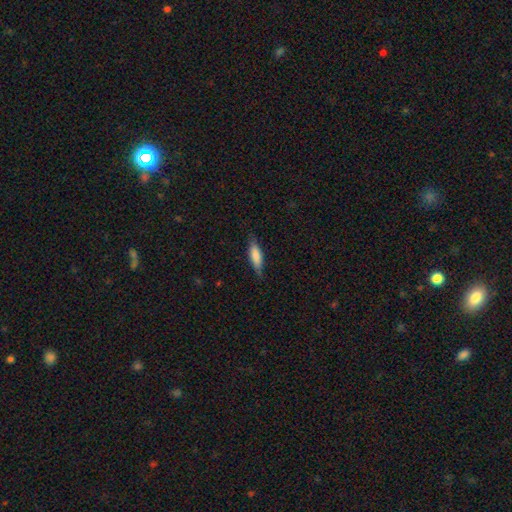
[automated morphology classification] Smooth or featured? Predicted: smooth (p=0.74). How rounded? Predicted: cigar-shaped (p=0.60). Merging? Predicted: none (p=0.80).